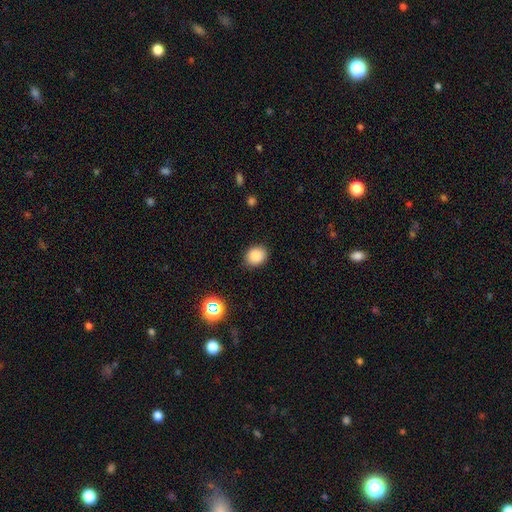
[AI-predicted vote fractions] smooth 84%, star or artifact 11%, featured or disk 4%. Down the decision tree: how rounded — round (58%); merging — none (87%).